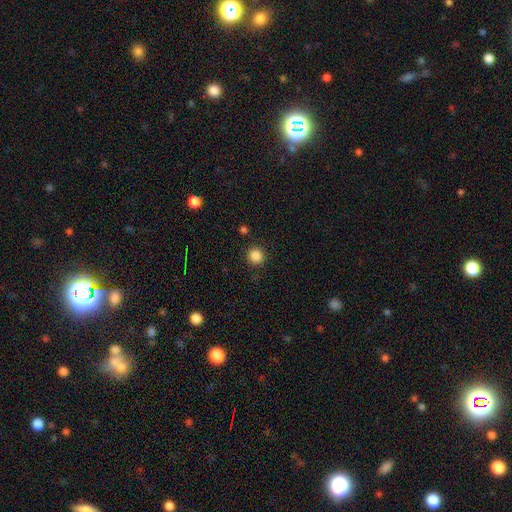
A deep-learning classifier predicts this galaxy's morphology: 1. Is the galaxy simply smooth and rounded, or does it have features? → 86% smooth, 11% star or artifact, 3% featured or disk.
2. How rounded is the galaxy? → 93% round, 6% in between, 1% cigar-shaped.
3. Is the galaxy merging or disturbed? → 90% none, 6% minor disturbance, 2% major disturbance, 2% merger.